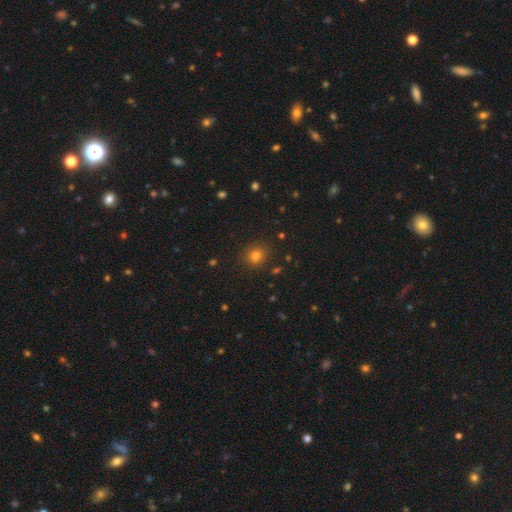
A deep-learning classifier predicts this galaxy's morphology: smooth_or_featured: smooth (p=0.77) [alt: star or artifact p=0.17]
how_rounded: round (p=0.80) [alt: in between p=0.19]
merging: none (p=0.87) [alt: minor disturbance p=0.08]